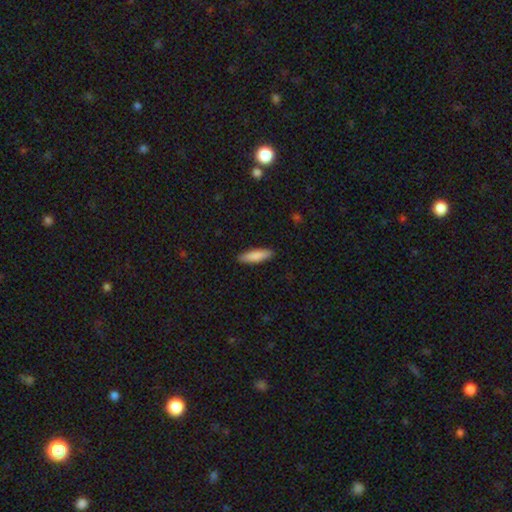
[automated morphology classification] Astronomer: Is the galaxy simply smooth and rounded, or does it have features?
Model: smooth — 85%.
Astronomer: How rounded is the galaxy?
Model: cigar-shaped — 65%.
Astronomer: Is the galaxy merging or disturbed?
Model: none — 89%.